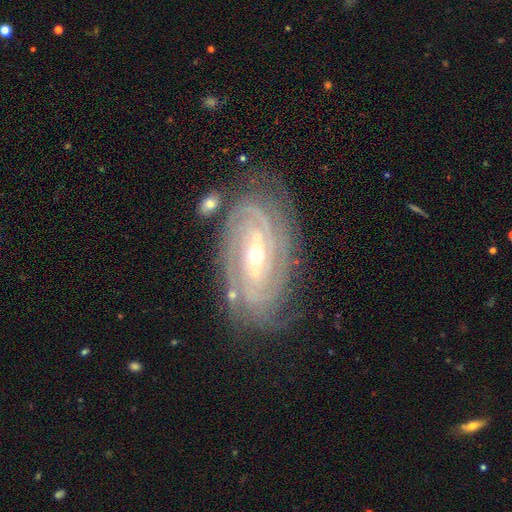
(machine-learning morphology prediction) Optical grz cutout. It shows a featured or disk galaxy (90%) with a weak bar (39%), 3 (24%) tight (80%) spiral arms (98%) and a small central bulge (51%). Merging: none (78%).